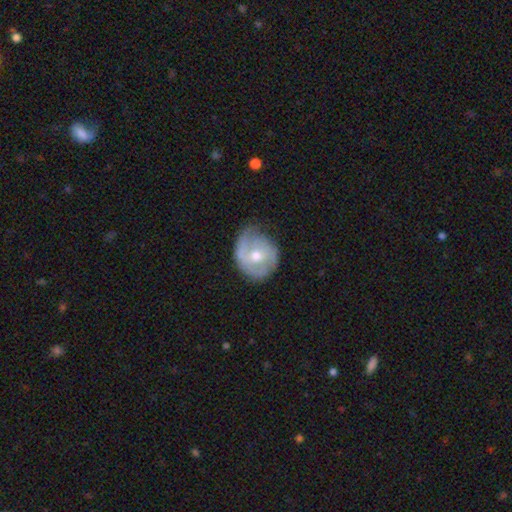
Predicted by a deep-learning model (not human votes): The model was most divided on "merging": none: 48%, minor disturbance: 36%, major disturbance: 15%, merger: 2%. More confident: edge-on disk — no (96%); bar — no (69%); bulge size — moderate (68%); spiral arms — yes (66%); smooth or featured — featured or disk (58%).